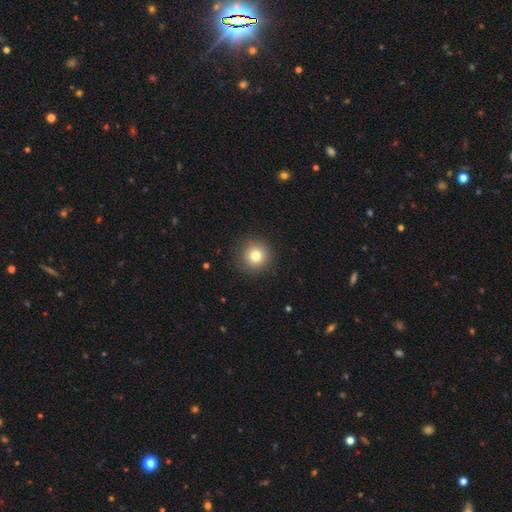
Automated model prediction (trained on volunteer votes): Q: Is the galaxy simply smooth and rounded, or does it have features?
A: smooth — 79%.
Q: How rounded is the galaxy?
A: round — 95%.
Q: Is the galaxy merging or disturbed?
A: none — 90%.